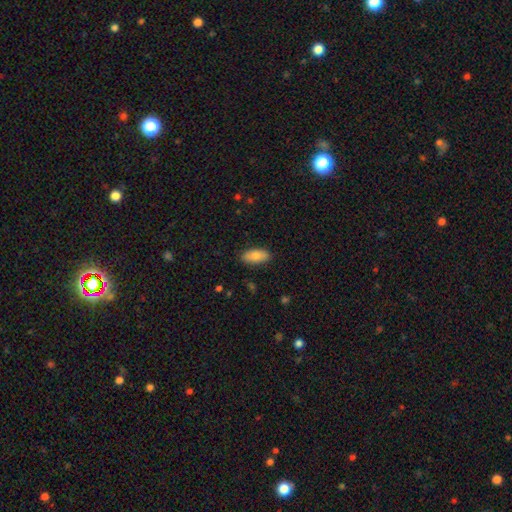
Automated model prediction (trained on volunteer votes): Smooth or featured? smooth (80%)
How rounded? in between (90%)
Merging? none (87%)